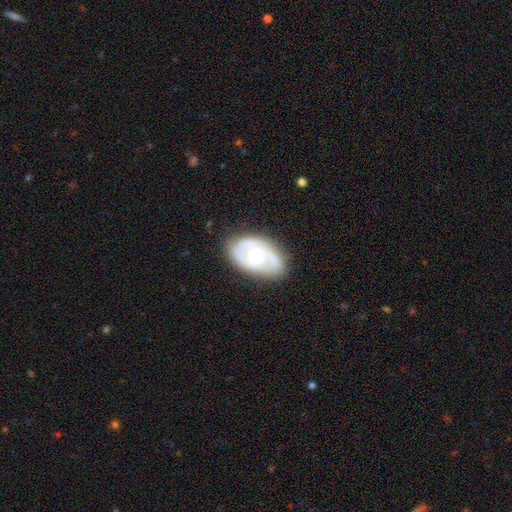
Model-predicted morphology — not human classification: A featured or disk galaxy (76%) with no bar (70%), 2 (56%) tight (52%) spiral arms (82%) and a moderate central bulge (50%). Merging: none (77%).